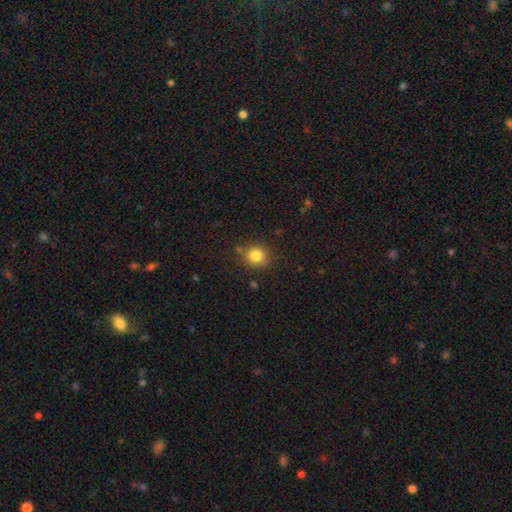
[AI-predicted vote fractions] smooth 83%, star or artifact 12%, featured or disk 6%. Down the decision tree: how rounded — round (86%); merging — none (84%).